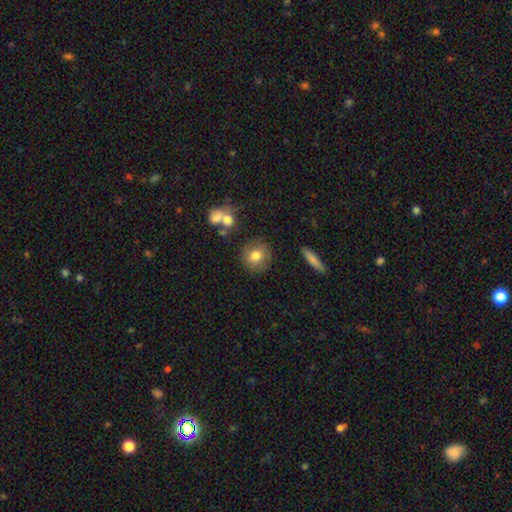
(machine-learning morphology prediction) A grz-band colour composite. It shows a smooth galaxy with no disk features (77%) that is round (87%). Merging: none (81%).